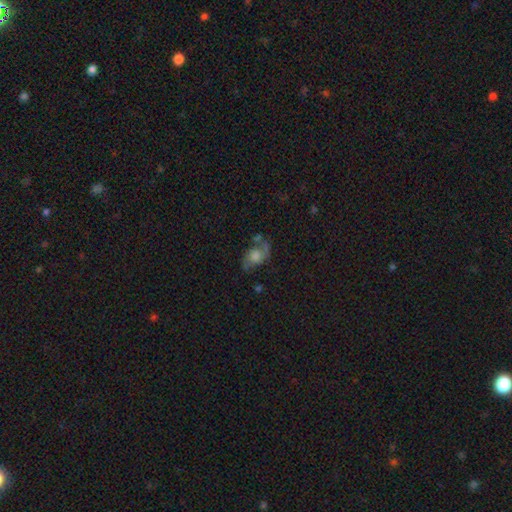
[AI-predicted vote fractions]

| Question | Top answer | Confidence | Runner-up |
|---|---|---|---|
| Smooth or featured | featured or disk | 62% | smooth (27%) |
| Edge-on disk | no | 95% | yes (5%) |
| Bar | no | 72% | weak (24%) |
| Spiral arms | yes | 83% | no (17%) |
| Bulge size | large | 36% | moderate (34%) |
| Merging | none | 54% | minor disturbance (22%) |